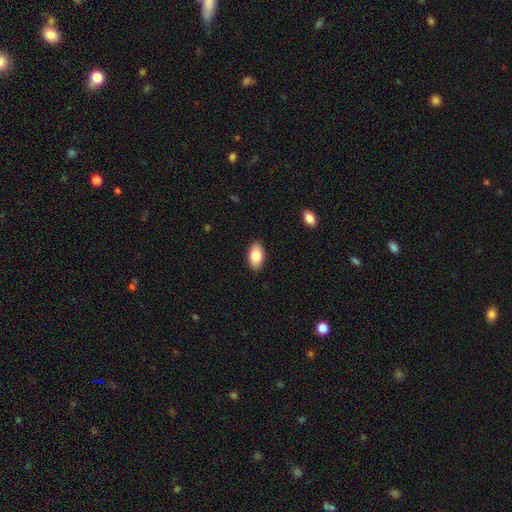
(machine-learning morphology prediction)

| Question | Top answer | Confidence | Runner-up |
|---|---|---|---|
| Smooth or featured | smooth | 84% | featured or disk (9%) |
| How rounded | in between | 94% | round (4%) |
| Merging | none | 89% | minor disturbance (9%) |